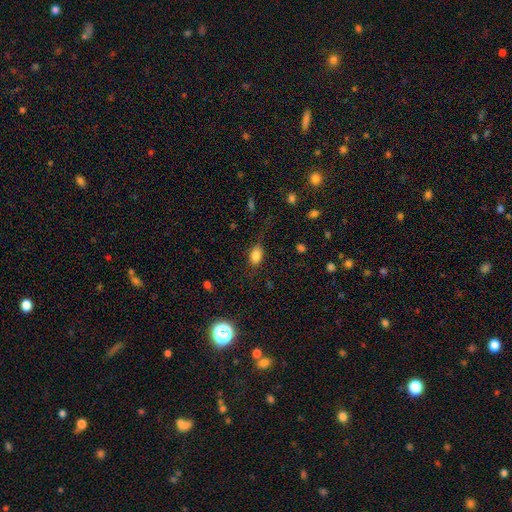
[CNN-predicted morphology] Smooth or featured?
  - smooth: 80% *
  - star or artifact: 10%
  - featured or disk: 10%
How rounded?
  - in between: 85% *
  - round: 11%
  - cigar-shaped: 3%
Merging?
  - none: 70% *
  - minor disturbance: 18%
  - major disturbance: 10%
  - merger: 2%